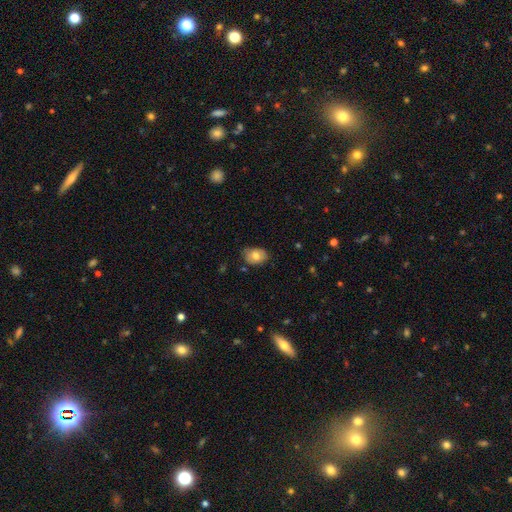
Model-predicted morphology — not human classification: Smooth or featured? Predicted: smooth (p=0.76). How rounded? Predicted: in between (p=0.78). Merging? Predicted: none (p=0.73).